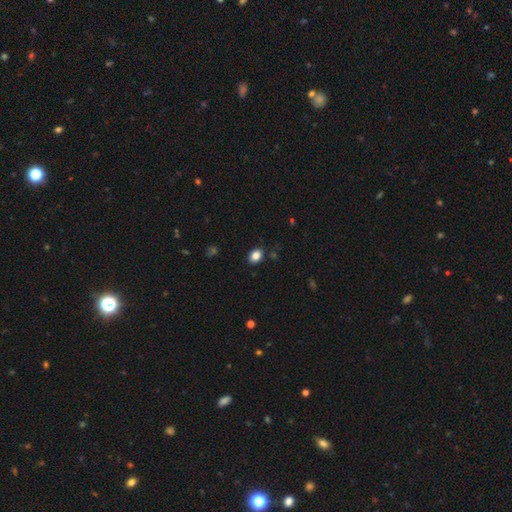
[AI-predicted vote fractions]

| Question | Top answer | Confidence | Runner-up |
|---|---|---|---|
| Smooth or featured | smooth | 85% | star or artifact (10%) |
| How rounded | in between | 68% | round (31%) |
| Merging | none | 87% | minor disturbance (9%) |